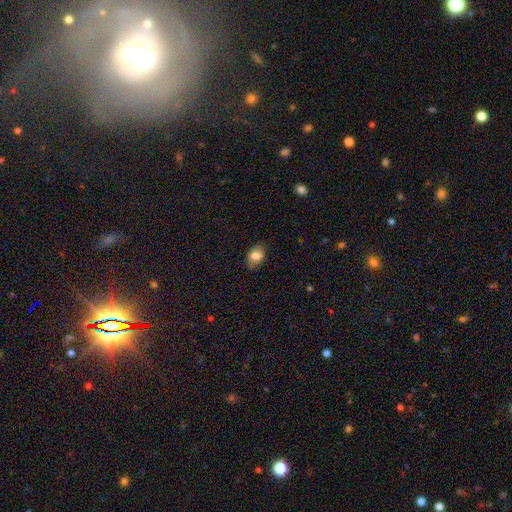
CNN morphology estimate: Q: Smooth or featured?
A: smooth (83%); runner-up: star or artifact (9%)
Q: How rounded?
A: in between (66%); runner-up: round (33%)
Q: Merging?
A: none (81%); runner-up: minor disturbance (15%)